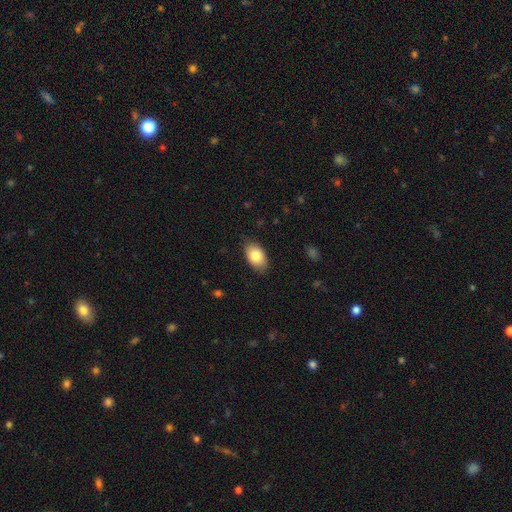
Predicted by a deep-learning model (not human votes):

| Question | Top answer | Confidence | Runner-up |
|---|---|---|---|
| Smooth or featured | smooth | 85% | featured or disk (9%) |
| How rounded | in between | 90% | round (9%) |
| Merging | none | 83% | minor disturbance (13%) |